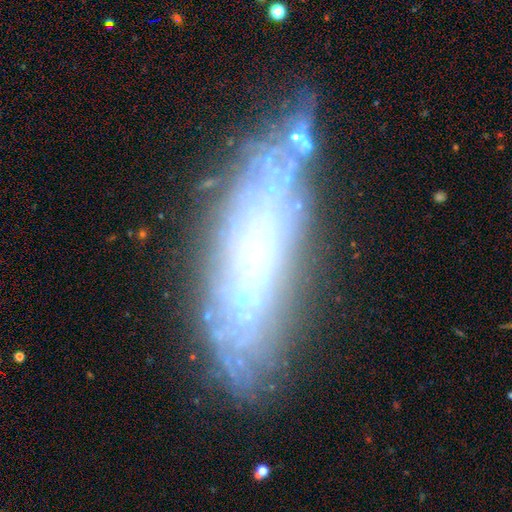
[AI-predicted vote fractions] A featured or disk galaxy (69%). Merging: none (72%).